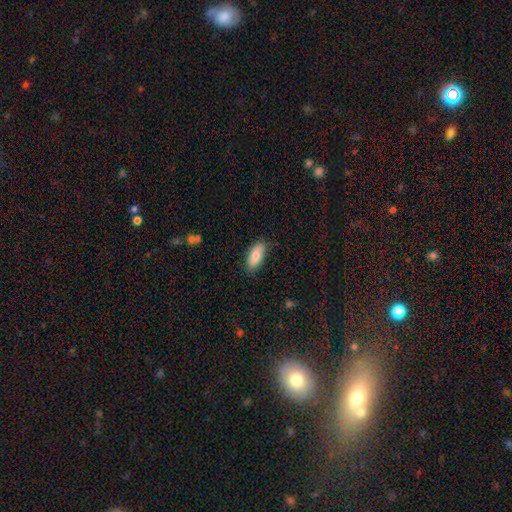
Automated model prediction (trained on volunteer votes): Smooth or featured?
  - smooth: 82% *
  - featured or disk: 12%
  - star or artifact: 6%
How rounded?
  - in between: 88% *
  - cigar-shaped: 10%
  - round: 2%
Merging?
  - none: 83% *
  - minor disturbance: 13%
  - major disturbance: 3%
  - merger: 1%